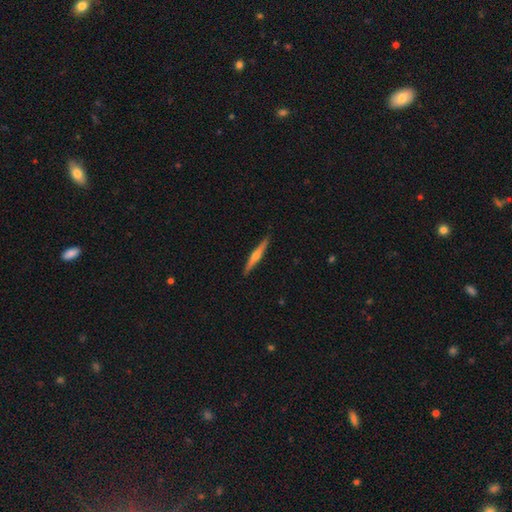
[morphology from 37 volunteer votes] Overall: featured or disk (70%). Edge-on disk: yes (92%). Edge-on bulge: rounded (88%). Merging: none (82%).